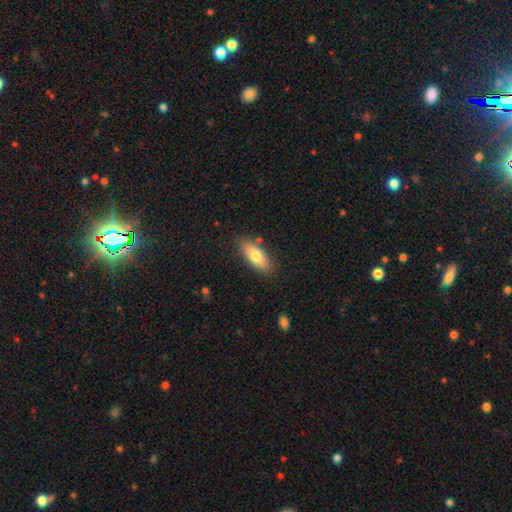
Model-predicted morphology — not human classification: Smooth or featured? smooth (76%)
How rounded? in between (73%)
Merging? none (84%)